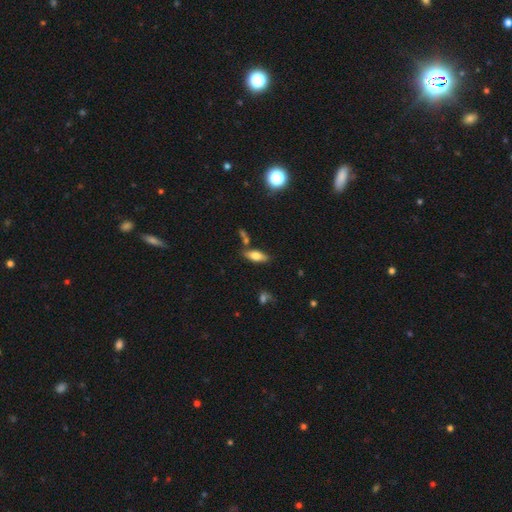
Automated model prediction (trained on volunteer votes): This appears to be a smooth galaxy with no disk features (70%) that is in between round and cigar-shaped (73%). Merging: none (74%).